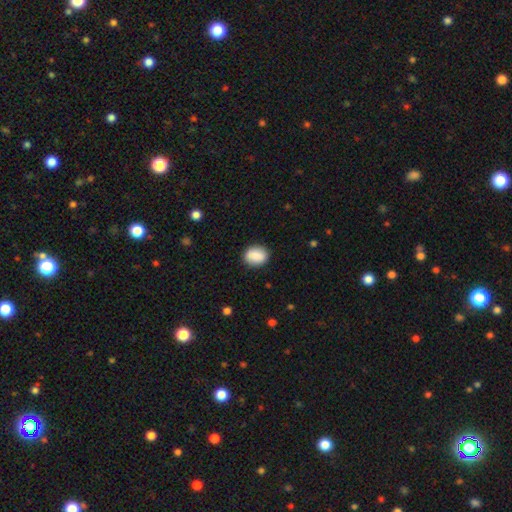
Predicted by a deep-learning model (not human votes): Overall: smooth (87%). How rounded: in between (56%; round 43%). Merging: none (87%).